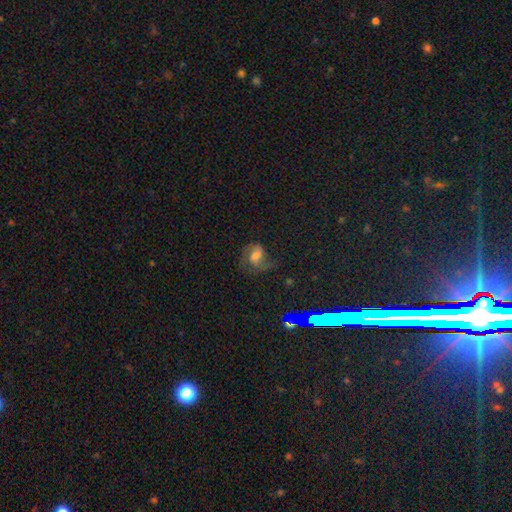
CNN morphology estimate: A featured or disk galaxy (54%) with a weak bar (45%), spiral arms (87%) and a moderate central bulge (41%). Merging: none (51%).